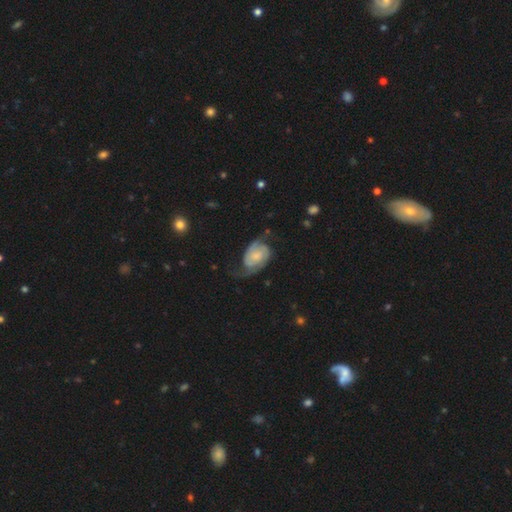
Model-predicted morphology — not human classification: type=featured or disk (76%); edge-on=no (97%); bar=no (66%); spiral arms=yes (94%); winding=medium (42%); arm count=2 (87%); bulge=small (36%); merging=none (53%).